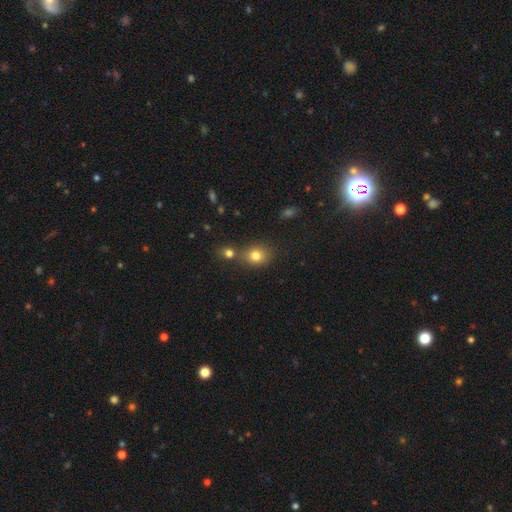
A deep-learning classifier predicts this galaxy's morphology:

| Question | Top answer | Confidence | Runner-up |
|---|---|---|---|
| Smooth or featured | smooth | 79% | star or artifact (13%) |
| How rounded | round | 65% | in between (34%) |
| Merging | none | 58% | merger (26%) |